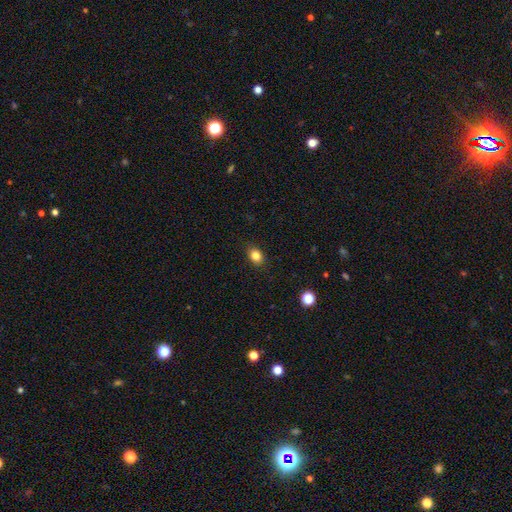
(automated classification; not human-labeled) Overall: smooth (83%). How rounded: in between (61%; round 38%). Merging: none (87%).